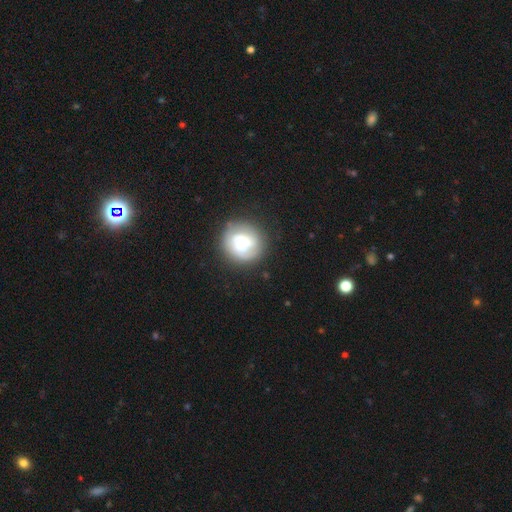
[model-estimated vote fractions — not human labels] This is possibly a smooth galaxy (56%). How rounded: clearly round (84%). Merging: clearly none (85%).